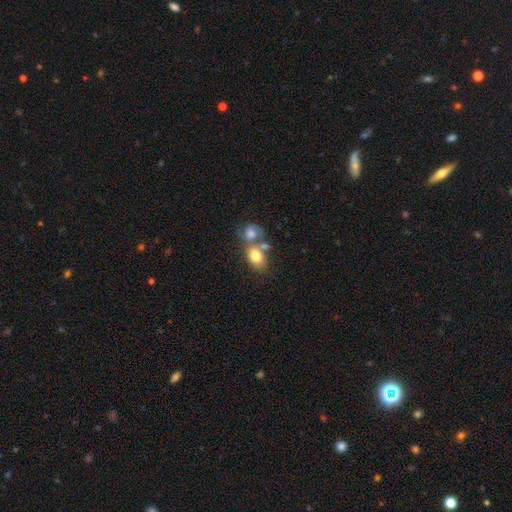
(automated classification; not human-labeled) A smooth galaxy with no disk features (75%) that is in between round and cigar-shaped (71%).

Vote fractions:
- Smooth or featured? smooth: 75% / featured or disk: 17% / star or artifact: 8%
- How rounded? in between: 71% / round: 27% / cigar-shaped: 1%
- Merging? merger: 50% / none: 33% / minor disturbance: 11% / major disturbance: 6%